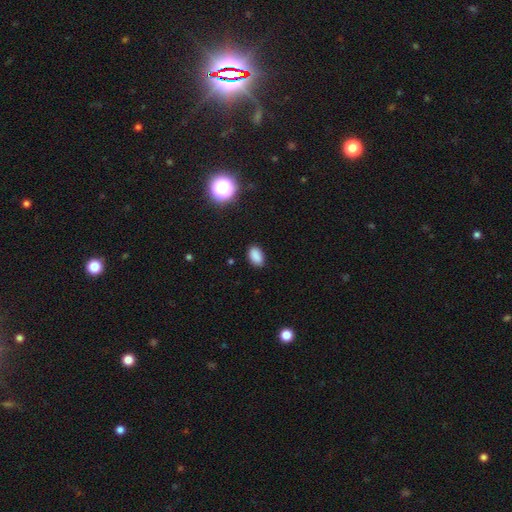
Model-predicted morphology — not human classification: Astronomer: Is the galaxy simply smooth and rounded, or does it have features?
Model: smooth — 86%.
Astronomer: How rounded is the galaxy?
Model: in between — 90%.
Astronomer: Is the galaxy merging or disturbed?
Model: none — 85%.